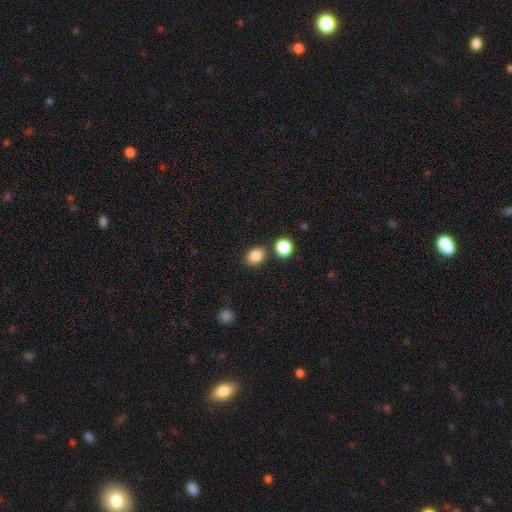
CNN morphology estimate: Smooth or featured? Predicted: smooth (p=0.86). How rounded? Predicted: in between (p=0.56). Merging? Predicted: none (p=0.78).